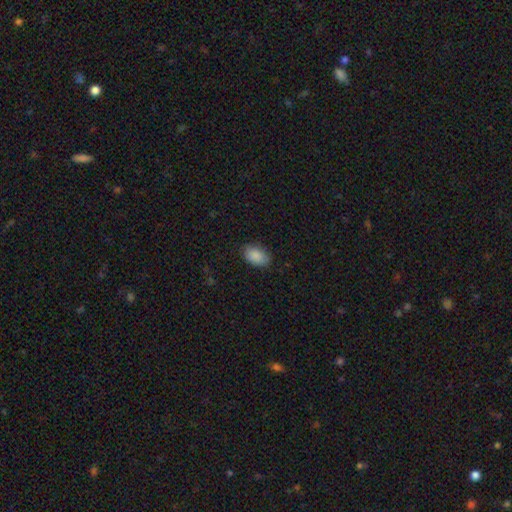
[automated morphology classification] Smooth or featured? Predicted: smooth (p=0.88). How rounded? Predicted: in between (p=0.90). Merging? Predicted: none (p=0.81).